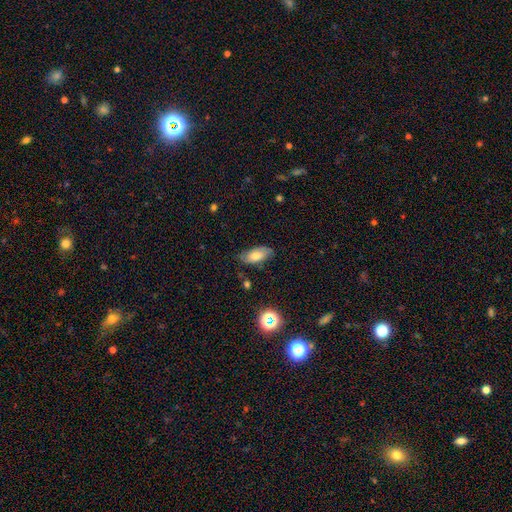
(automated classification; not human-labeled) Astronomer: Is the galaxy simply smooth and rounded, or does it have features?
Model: smooth — 70%.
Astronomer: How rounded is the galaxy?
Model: in between — 89%.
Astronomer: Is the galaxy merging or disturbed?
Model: none — 75%.